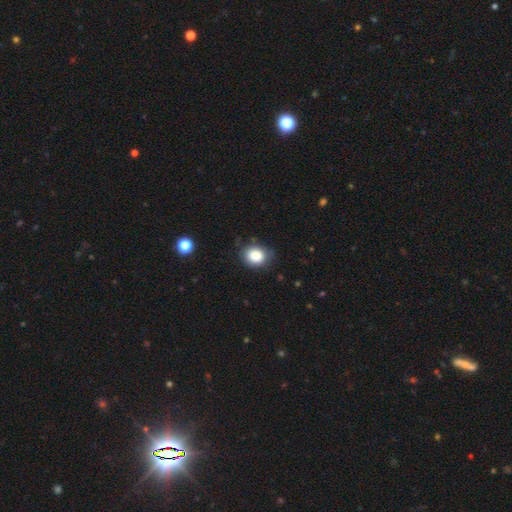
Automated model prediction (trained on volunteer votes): A smooth galaxy with no disk features (85%) that is round (67%). Merging: none (77%).